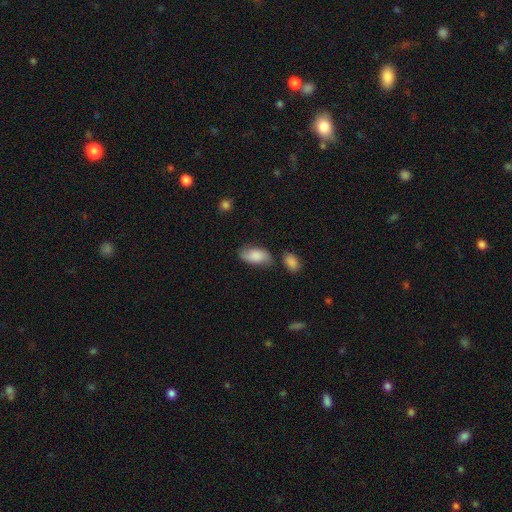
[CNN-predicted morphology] smooth-or-featured: smooth: 76% | featured or disk: 17% | star or artifact: 7%
  how-rounded: in between: 93% | round: 4% | cigar-shaped: 3%
  merging: none: 62% | minor disturbance: 23% | merger: 9% | major disturbance: 6%